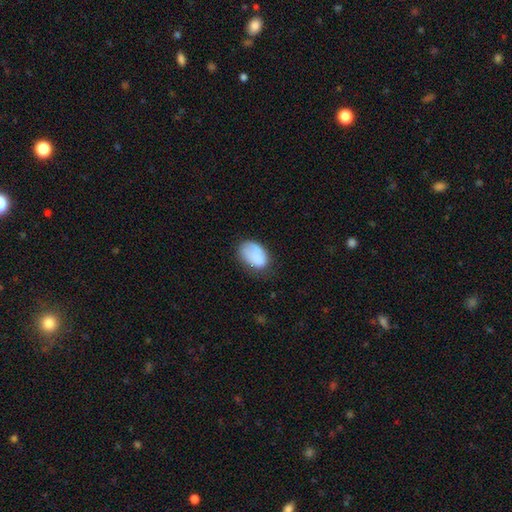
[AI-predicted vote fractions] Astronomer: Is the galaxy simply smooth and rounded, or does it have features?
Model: smooth — 83%.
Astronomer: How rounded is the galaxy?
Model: in between — 86%.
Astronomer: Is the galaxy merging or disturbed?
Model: none — 57%.